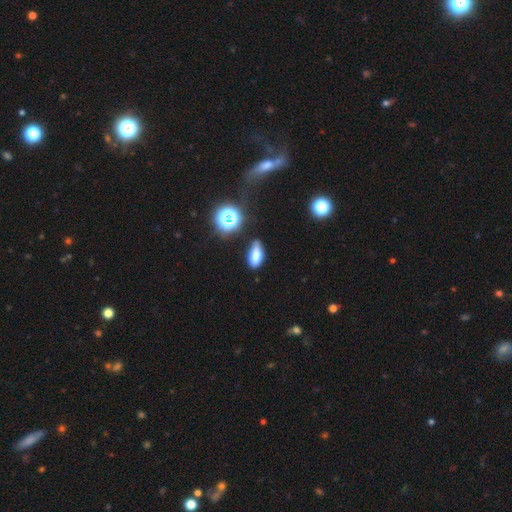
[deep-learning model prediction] Smooth or featured?
  - smooth: 74% *
  - star or artifact: 14%
  - featured or disk: 12%
How rounded?
  - in between: 86% *
  - cigar-shaped: 9%
  - round: 6%
Merging?
  - none: 64% *
  - minor disturbance: 25%
  - major disturbance: 6%
  - merger: 5%